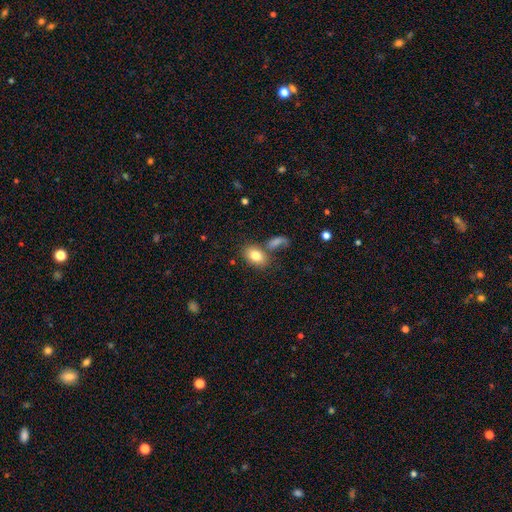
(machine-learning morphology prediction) The model was most divided on "merging": none: 63%, merger: 19%, minor disturbance: 13%, major disturbance: 5%. More confident: how rounded — in between (82%); smooth or featured — smooth (81%).